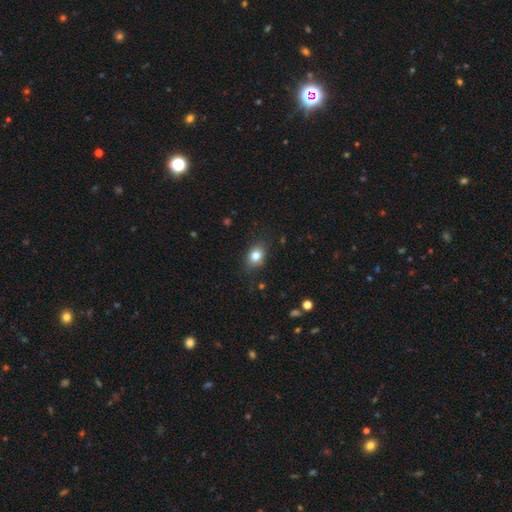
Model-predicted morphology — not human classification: Smooth or featured?
  - smooth: 82% *
  - star or artifact: 10%
  - featured or disk: 8%
How rounded?
  - in between: 64% *
  - round: 34%
  - cigar-shaped: 1%
Merging?
  - none: 83% *
  - minor disturbance: 13%
  - major disturbance: 3%
  - merger: 1%